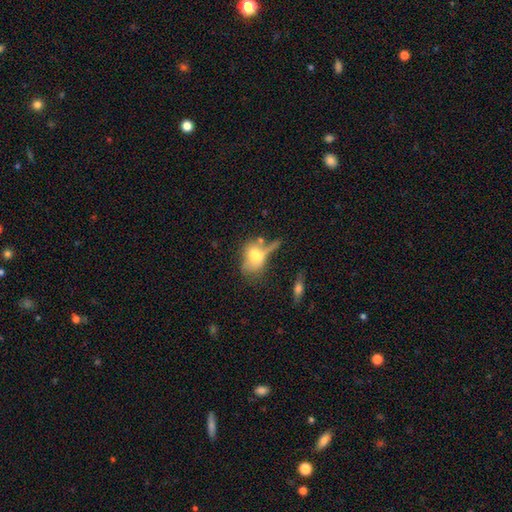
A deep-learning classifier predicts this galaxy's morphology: This appears to be a smooth galaxy with no disk features (56%) that is in between round and cigar-shaped (75%). Merging: merger (32%).